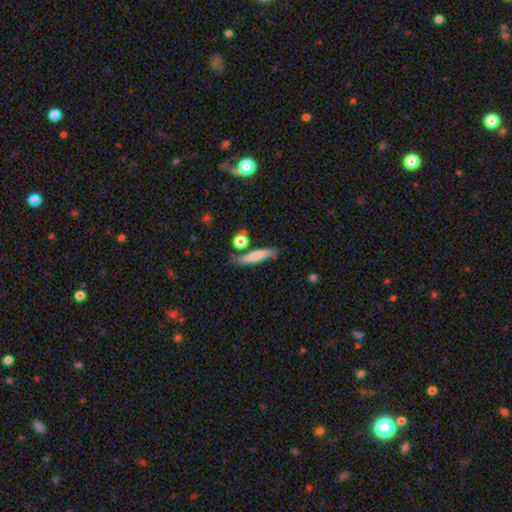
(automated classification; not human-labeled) Overall: smooth (68%). How rounded: cigar-shaped (84%). Merging: none (69%).